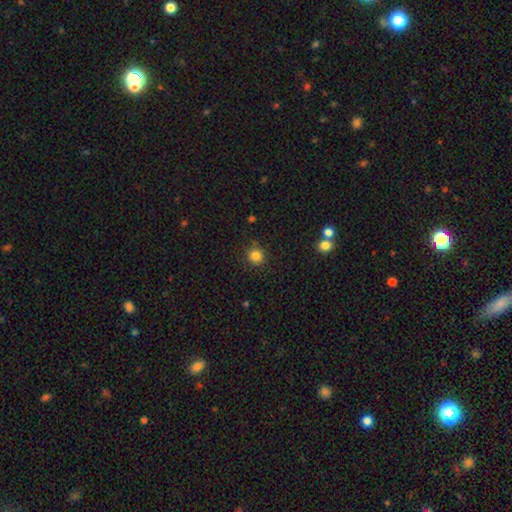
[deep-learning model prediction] smooth_or_featured: smooth (p=0.83) [alt: star or artifact p=0.12]
how_rounded: round (p=0.94) [alt: in between p=0.05]
merging: none (p=0.87) [alt: minor disturbance p=0.08]